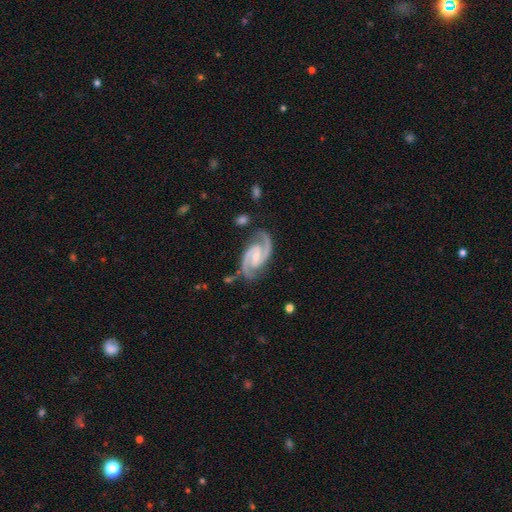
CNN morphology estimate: Smooth or featured: featured or disk — 94% (star or artifact — 4%)
Edge-on disk: no — 98% (yes — 2%)
Bar: weak — 46% (no — 27%)
Spiral arms: yes — 99% (no — 1%)
Spiral winding: medium — 59% (tight — 34%)
Spiral arm count: 2 — 94% (3 — 2%)
Bulge size: small — 58% (moderate — 32%)
Merging: none — 81% (minor disturbance — 14%)